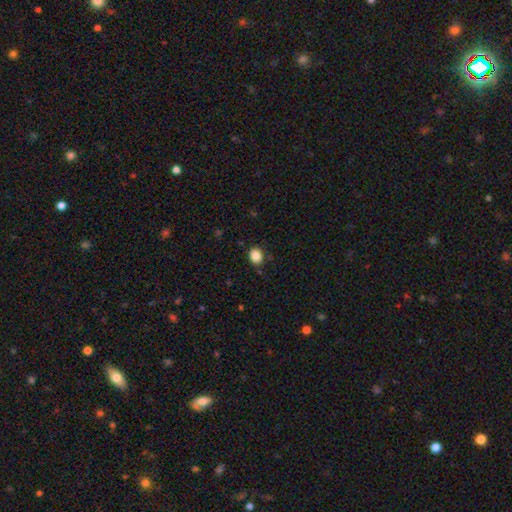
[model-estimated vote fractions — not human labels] Morphology: type=smooth (87%); roundness=round (55%); merging=none (86%).